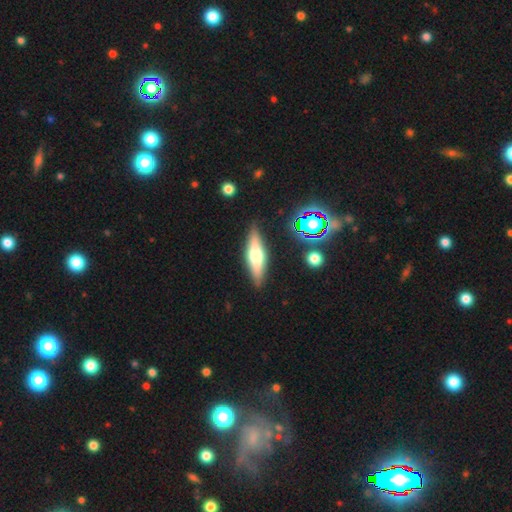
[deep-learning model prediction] Smooth or featured: featured or disk — 49% (smooth — 44%)
Merging: none — 86% (minor disturbance — 10%)